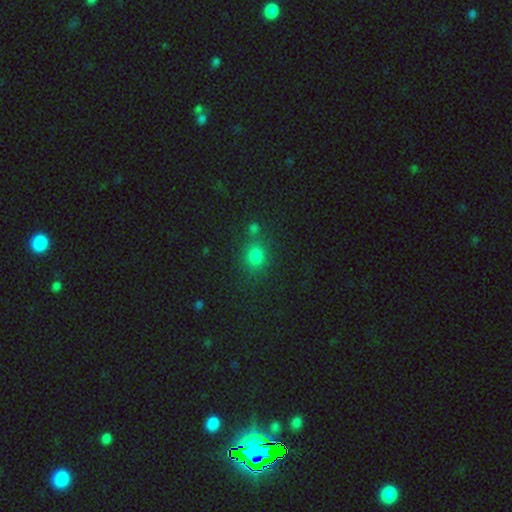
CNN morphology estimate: This is likely a smooth galaxy (75%). How rounded: likely round (68%). Merging: likely none (67%).